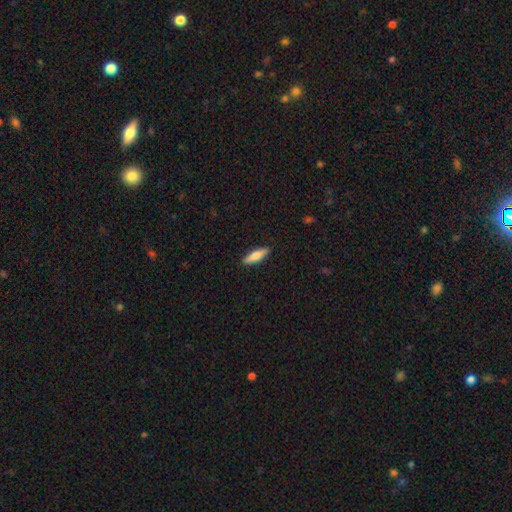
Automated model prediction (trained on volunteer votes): This is likely a smooth galaxy (69%). How rounded: likely cigar-shaped (66%). Merging: clearly none (90%).